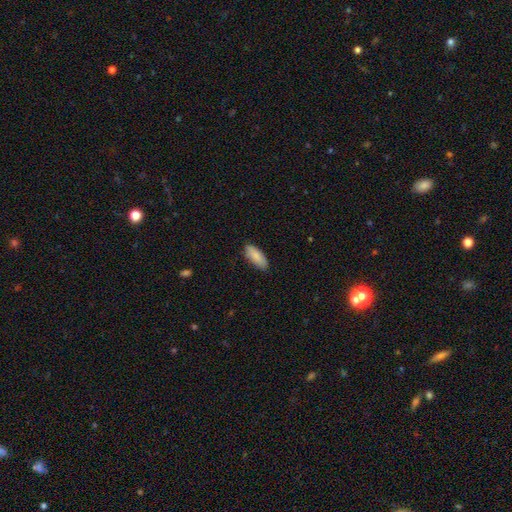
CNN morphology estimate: smooth 86%, featured or disk 8%, star or artifact 6%. Down the decision tree: how rounded — in between (79%); merging — none (82%).